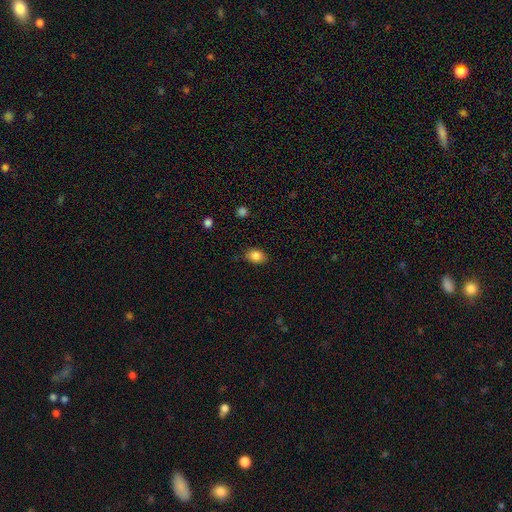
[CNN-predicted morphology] Smooth or featured?
  - smooth: 85% *
  - star or artifact: 9%
  - featured or disk: 6%
How rounded?
  - in between: 78% *
  - round: 21%
  - cigar-shaped: 1%
Merging?
  - none: 82% *
  - minor disturbance: 14%
  - major disturbance: 3%
  - merger: 1%